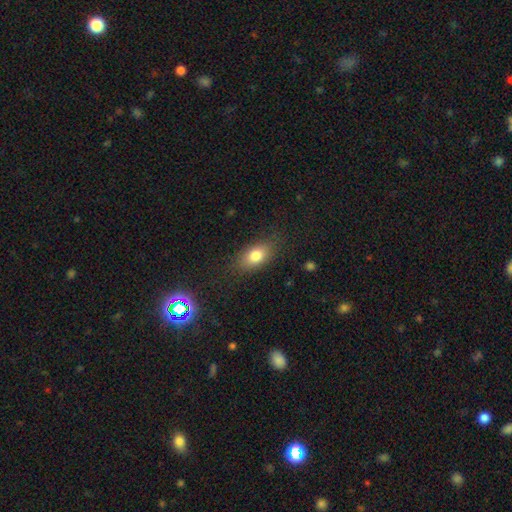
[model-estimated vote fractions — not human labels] The model was most divided on "smooth or featured": smooth: 79%, featured or disk: 12%, star or artifact: 9%. More confident: how rounded — in between (84%); merging — none (81%).